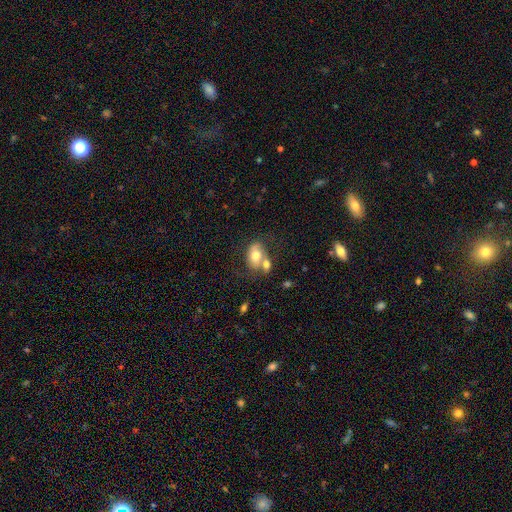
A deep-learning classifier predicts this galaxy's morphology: This appears to be a smooth galaxy with no disk features (66%) that is in between round and cigar-shaped (80%). Merging: merger (44%).